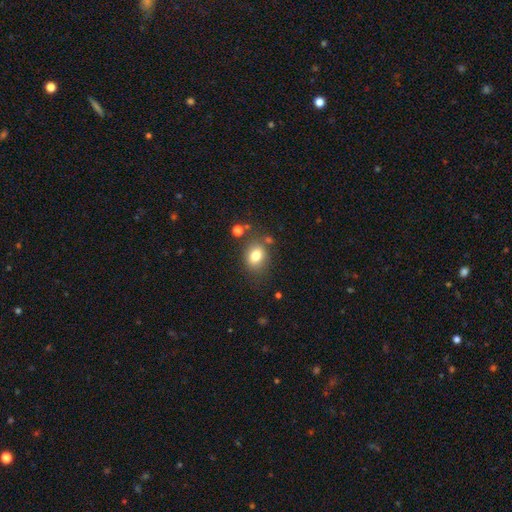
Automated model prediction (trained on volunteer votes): smooth_or_featured: smooth (p=0.79) [alt: star or artifact p=0.11]
how_rounded: in between (p=0.55) [alt: round p=0.44]
merging: none (p=0.74) [alt: minor disturbance p=0.14]